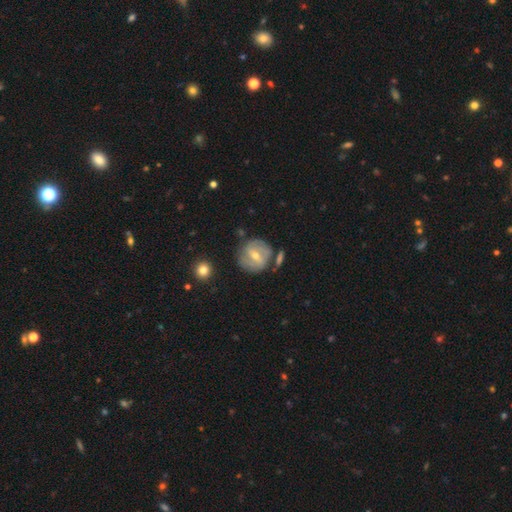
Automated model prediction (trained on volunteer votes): featured or disk 70%, smooth 24%, star or artifact 6%. Down the decision tree: edge-on disk — no (96%); bar — weak (51%); spiral arms — yes (83%); spiral arm count — 2 (59%); spiral winding — tight (49%); bulge size — moderate (50%); merging — none (70%).